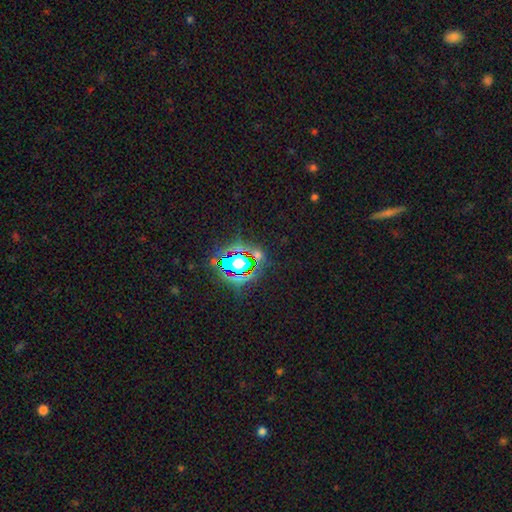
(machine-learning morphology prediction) This appears to be a star or artifact, not a galaxy (74%).